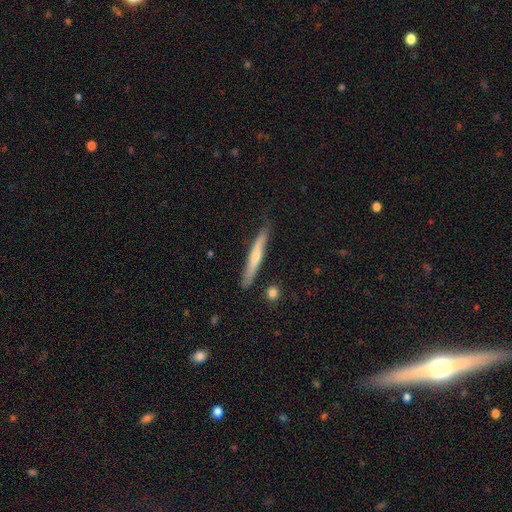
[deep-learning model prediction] This appears to be a smooth galaxy with no disk features (51%) that is cigar-shaped (94%). Merging: none (81%).